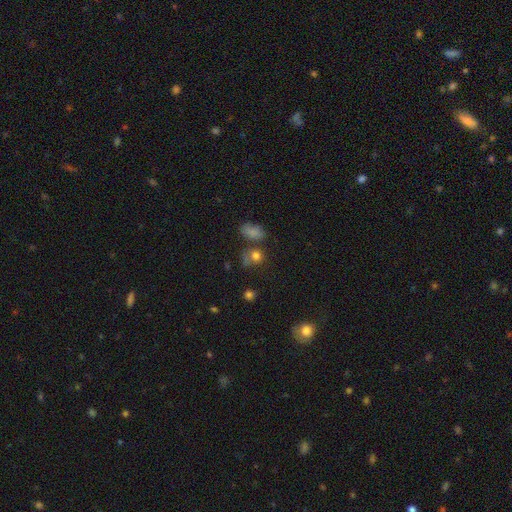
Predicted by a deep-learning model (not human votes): smooth-or-featured: smooth: 75% | star or artifact: 17% | featured or disk: 8%
  how-rounded: round: 67% | in between: 31% | cigar-shaped: 2%
  merging: none: 54% | merger: 19% | minor disturbance: 17% | major disturbance: 10%